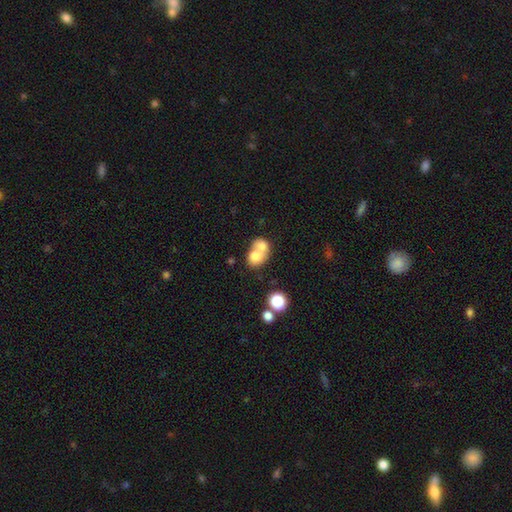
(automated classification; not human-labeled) This appears to be a smooth galaxy with no disk features (71%) that is round (52%). Merging: merger (71%).